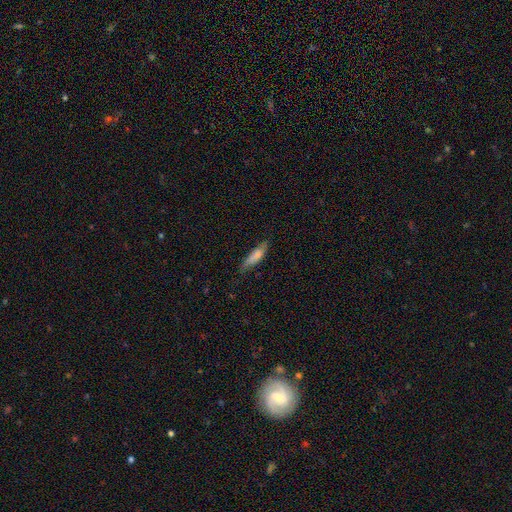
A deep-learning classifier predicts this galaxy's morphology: A smooth galaxy with no disk features (72%) that is cigar-shaped (65%).

Vote fractions:
- Smooth or featured? smooth: 72% / featured or disk: 21% / star or artifact: 6%
- How rounded? cigar-shaped: 65% / in between: 33% / round: 2%
- Merging? none: 65% / minor disturbance: 27% / major disturbance: 6% / merger: 2%